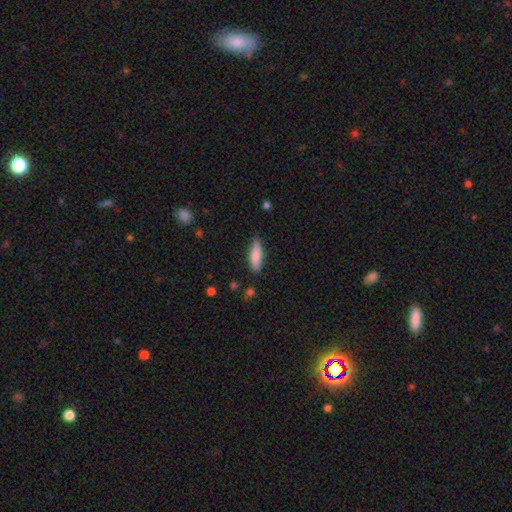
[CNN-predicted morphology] The model was most divided on "how rounded": cigar-shaped: 51%, in between: 47%, round: 2%. More confident: smooth or featured — smooth (83%); merging — none (81%).